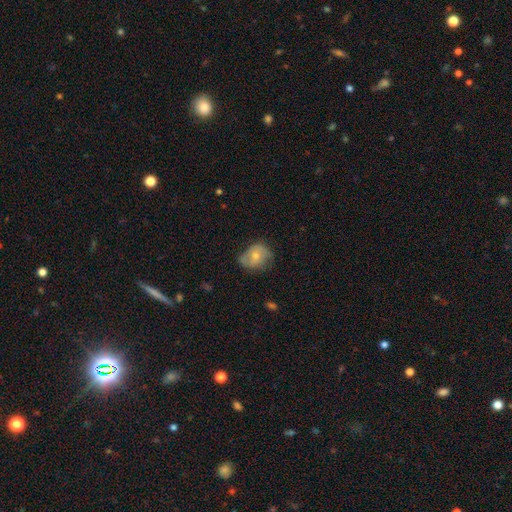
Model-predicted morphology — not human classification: This appears to be a smooth galaxy with no disk features (56%) that is in between round and cigar-shaped (54%). Merging: none (54%).